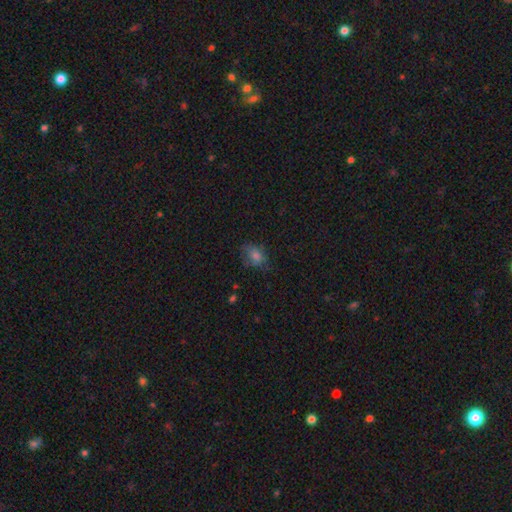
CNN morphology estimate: The model was most divided on "how rounded": in between: 65%, round: 33%, cigar-shaped: 2%. More confident: smooth or featured — smooth (66%); merging — none (61%).